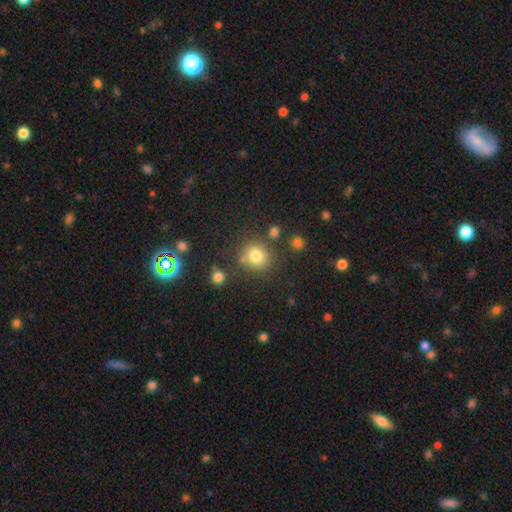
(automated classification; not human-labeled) Smooth or featured: smooth — 79% (star or artifact — 14%)
How rounded: round — 84% (in between — 15%)
Merging: none — 74% (minor disturbance — 11%)